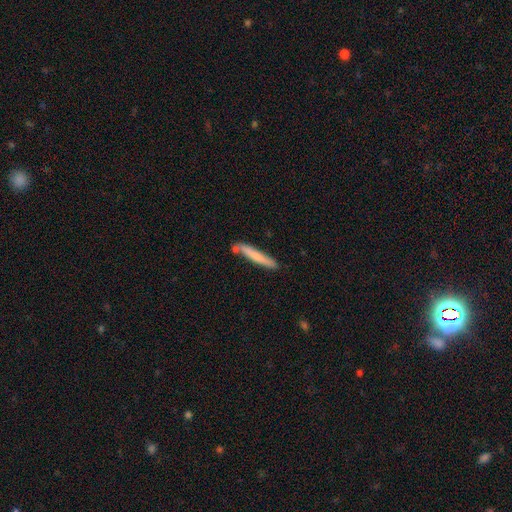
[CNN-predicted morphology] A smooth galaxy with no disk features (70%) that is cigar-shaped (94%). Merging: none (76%).